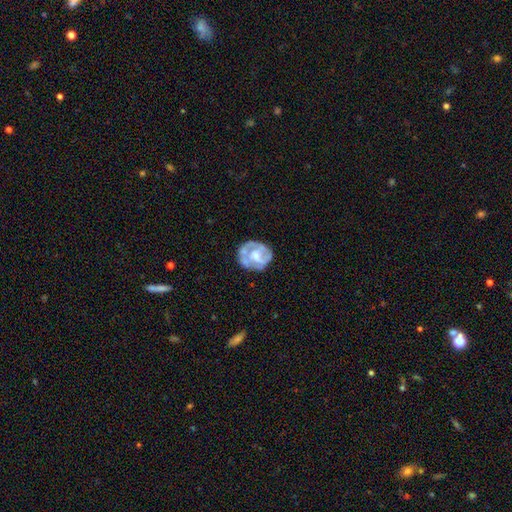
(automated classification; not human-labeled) smooth_or_featured: featured or disk (p=0.66) [alt: smooth p=0.28]
disk_edge_on: no (p=0.98) [alt: yes p=0.02]
bar: no (p=0.68) [alt: weak p=0.25]
has_spiral_arms: no (p=0.51) [alt: yes p=0.49]
bulge_size: moderate (p=0.46) [alt: small p=0.24]
merging: none (p=0.56) [alt: minor disturbance p=0.24]